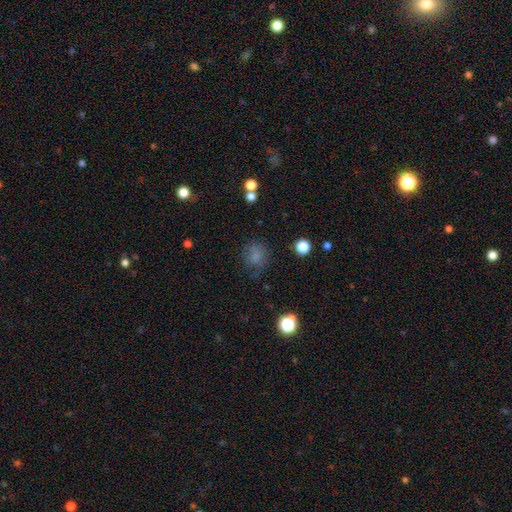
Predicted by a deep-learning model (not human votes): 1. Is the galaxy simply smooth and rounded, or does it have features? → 71% smooth, 17% star or artifact, 11% featured or disk.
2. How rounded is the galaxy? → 64% round, 34% in between, 1% cigar-shaped.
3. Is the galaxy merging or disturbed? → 63% none, 22% minor disturbance, 12% major disturbance, 3% merger.